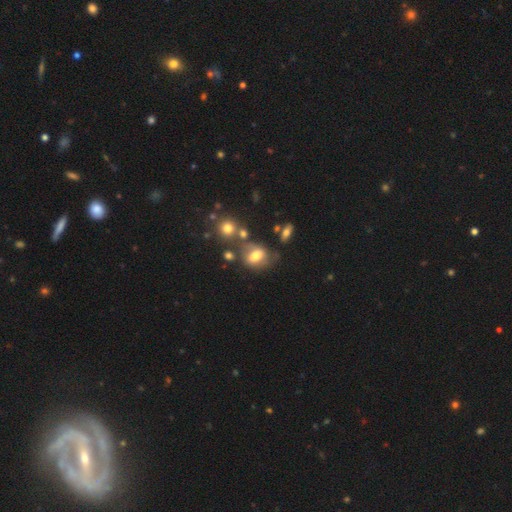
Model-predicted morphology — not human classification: smooth-or-featured: smooth: 64% | featured or disk: 24% | star or artifact: 12%
  how-rounded: in between: 67% | round: 31% | cigar-shaped: 2%
  merging: none: 52% | minor disturbance: 22% | merger: 16% | major disturbance: 10%